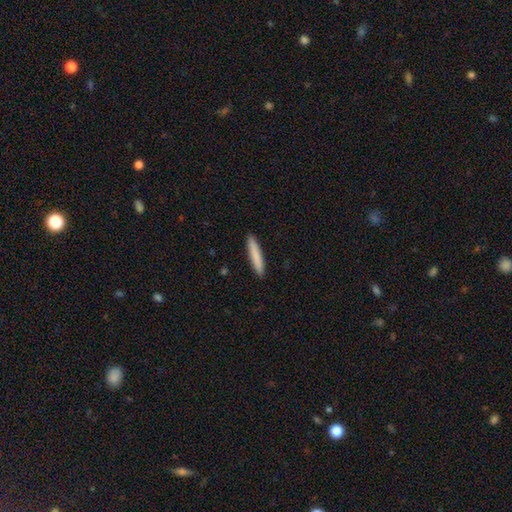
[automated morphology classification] A smooth galaxy with no disk features (84%) that is cigar-shaped (93%). Merging: none (92%).